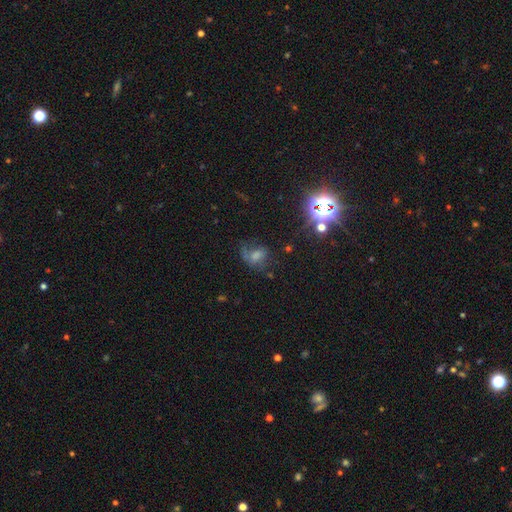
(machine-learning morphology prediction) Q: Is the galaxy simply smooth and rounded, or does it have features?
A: smooth — 49%.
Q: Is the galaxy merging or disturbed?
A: none — 37%.